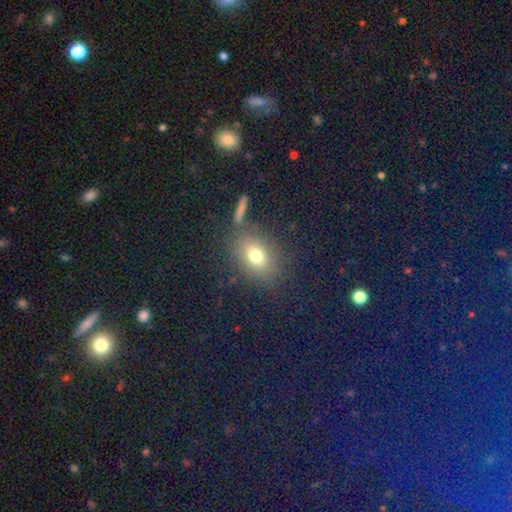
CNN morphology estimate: This is likely a smooth galaxy (72%). How rounded: possibly in between (52%). Merging: likely none (79%).